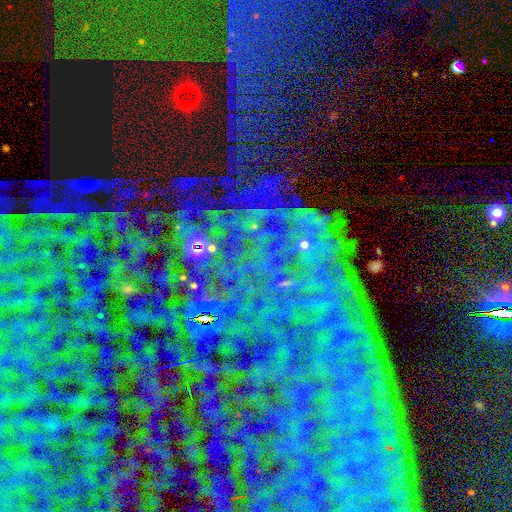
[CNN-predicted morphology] type=star or artifact (83%).